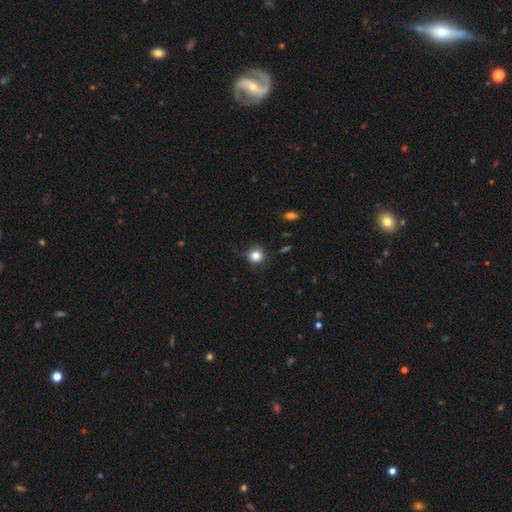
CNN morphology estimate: A smooth galaxy with no disk features (83%) that is round (91%). Merging: none (79%).